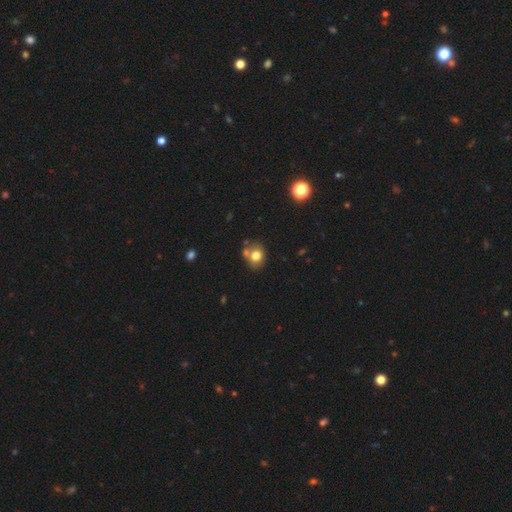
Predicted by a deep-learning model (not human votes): Smooth or featured? smooth (76%)
How rounded? round (65%)
Merging? none (59%)